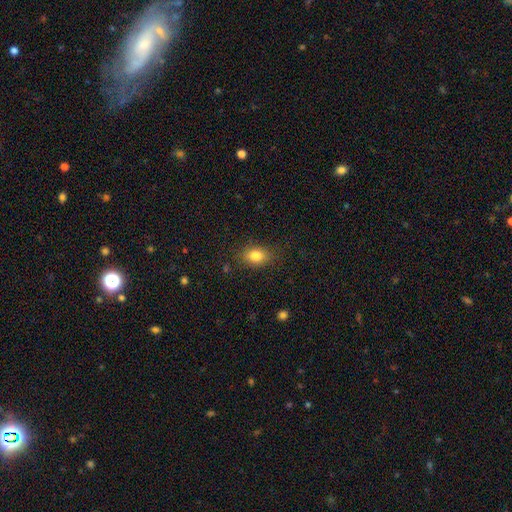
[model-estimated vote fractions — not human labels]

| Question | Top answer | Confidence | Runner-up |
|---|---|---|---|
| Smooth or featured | smooth | 83% | star or artifact (9%) |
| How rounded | in between | 75% | round (23%) |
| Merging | none | 82% | minor disturbance (13%) |